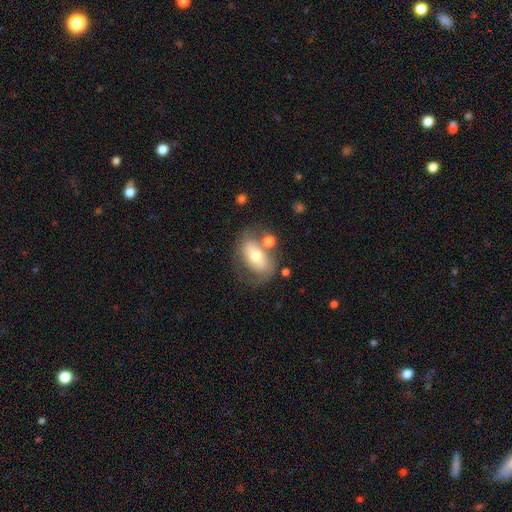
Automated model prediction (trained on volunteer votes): smooth_or_featured: featured or disk (p=0.47) [alt: smooth p=0.45]
merging: none (p=0.55) [alt: minor disturbance p=0.19]